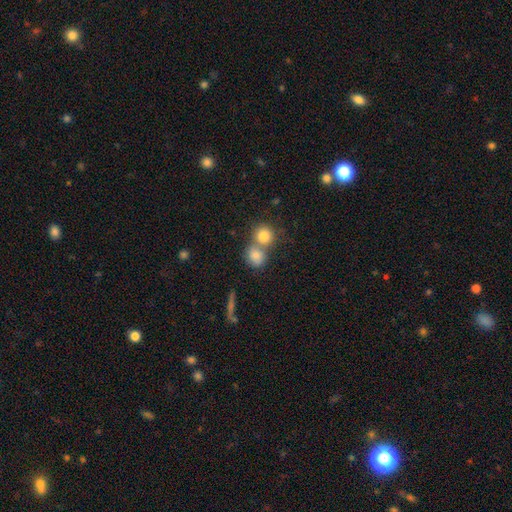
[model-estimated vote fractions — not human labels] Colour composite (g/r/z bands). It shows a smooth galaxy with no disk features (80%) that is round (73%). Merging: merger (49%).